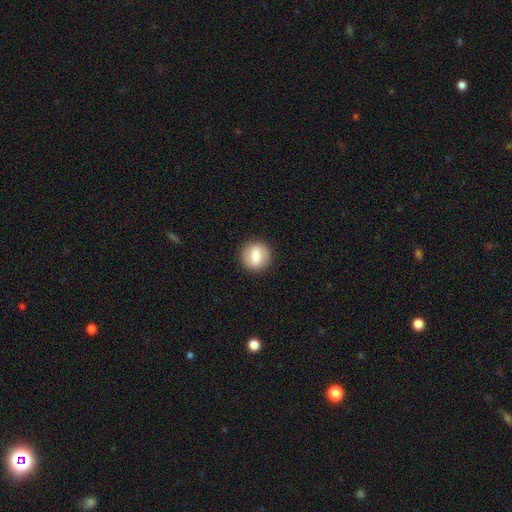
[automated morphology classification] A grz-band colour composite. It shows a smooth galaxy with no disk features (73%) that is round (88%). Merging: none (90%).